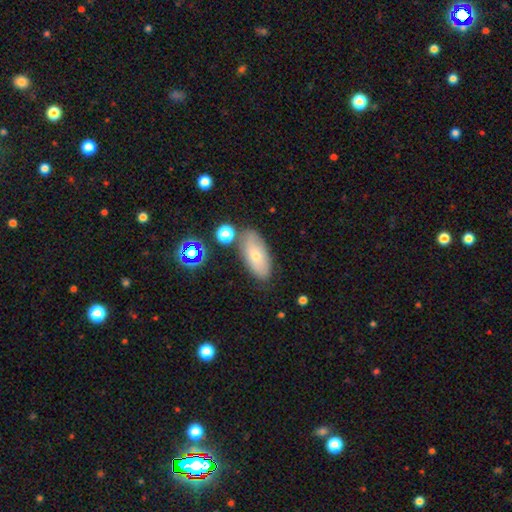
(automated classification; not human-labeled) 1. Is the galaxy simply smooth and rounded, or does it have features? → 66% smooth, 25% featured or disk, 9% star or artifact.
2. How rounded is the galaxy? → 88% in between, 8% cigar-shaped, 4% round.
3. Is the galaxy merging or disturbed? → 74% none, 16% minor disturbance, 6% merger, 4% major disturbance.